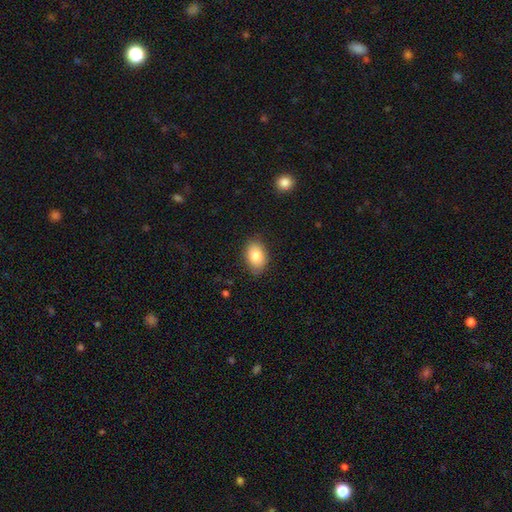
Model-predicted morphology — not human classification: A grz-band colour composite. It shows a smooth galaxy with no disk features (82%) that is in between round and cigar-shaped (81%). Merging: none (82%).